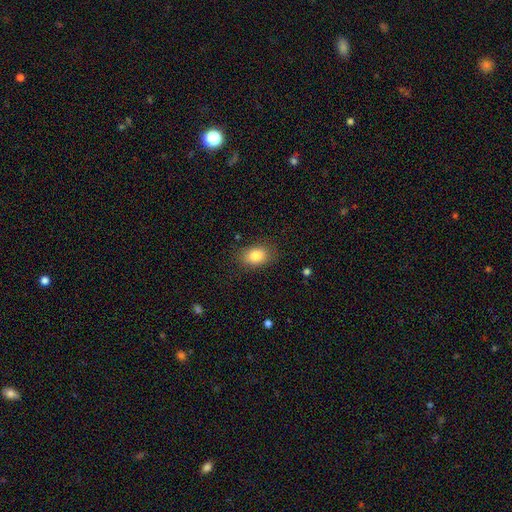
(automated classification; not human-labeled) smooth_or_featured: smooth (p=0.84) [alt: star or artifact p=0.09]
how_rounded: in between (p=0.78) [alt: round p=0.20]
merging: none (p=0.83) [alt: minor disturbance p=0.12]